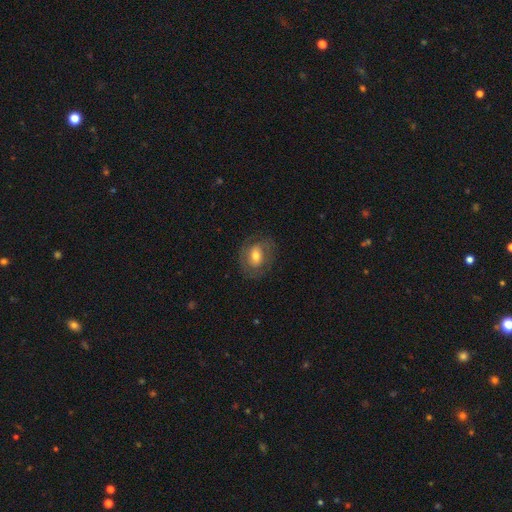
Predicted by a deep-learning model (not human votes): Morphology: type=smooth (51%); roundness=in between (57%); merging=none (73%).